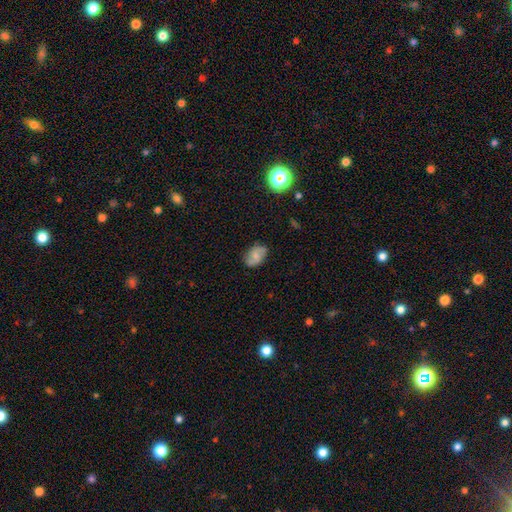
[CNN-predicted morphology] A smooth galaxy with no disk features (53%) that is in between round and cigar-shaped (81%).

Vote fractions:
- Smooth or featured? smooth: 53% / featured or disk: 37% / star or artifact: 10%
- How rounded? in between: 81% / round: 17% / cigar-shaped: 2%
- Merging? none: 77% / minor disturbance: 18% / major disturbance: 4% / merger: 1%